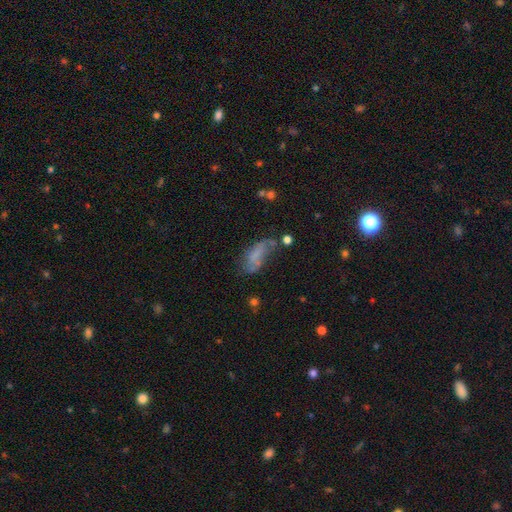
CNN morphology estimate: This is possibly a smooth galaxy (55%). How rounded: likely in between (78%). Merging: marginally none (34%).